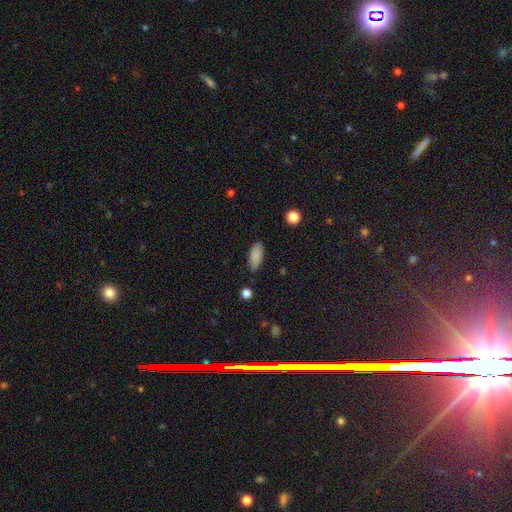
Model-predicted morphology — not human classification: Smooth or featured? smooth (87%)
How rounded? in between (82%)
Merging? none (84%)